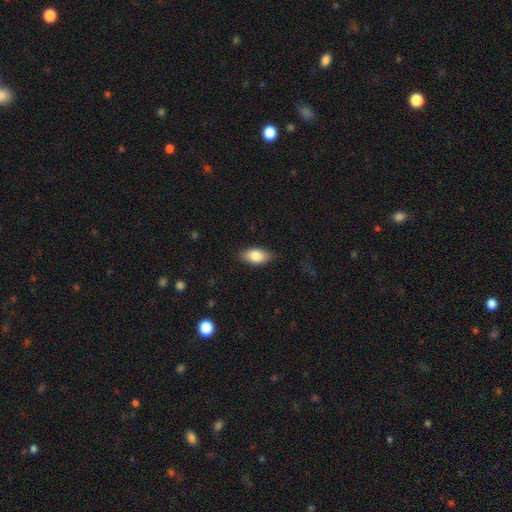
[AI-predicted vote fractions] Smooth or featured? Predicted: smooth (p=0.83). How rounded? Predicted: in between (p=0.91). Merging? Predicted: none (p=0.83).